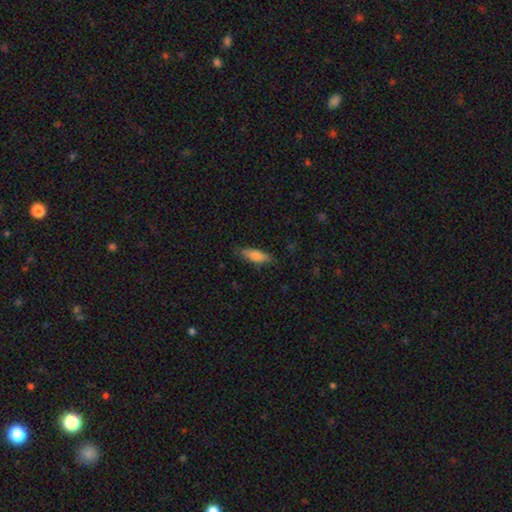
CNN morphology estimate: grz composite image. It shows a smooth galaxy with no disk features (77%) that is in between round and cigar-shaped (59%). Merging: none (79%).